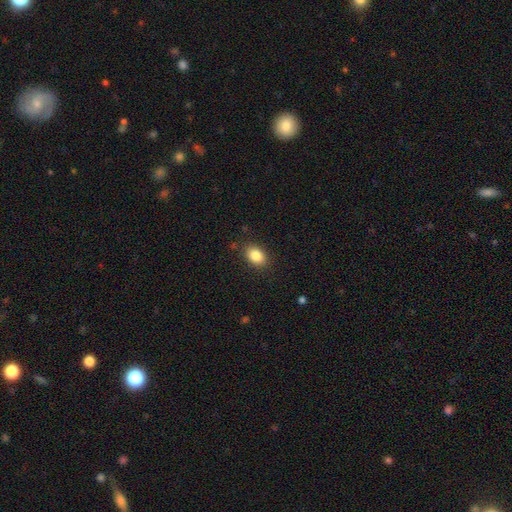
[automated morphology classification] Smooth or featured: smooth — 85% (star or artifact — 9%)
How rounded: in between — 80% (round — 19%)
Merging: none — 87% (minor disturbance — 10%)